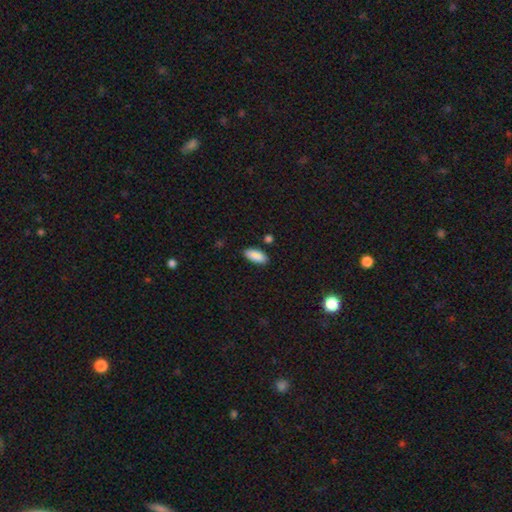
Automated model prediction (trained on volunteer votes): This is clearly a smooth galaxy (90%). How rounded: clearly in between (86%). Merging: clearly none (85%).